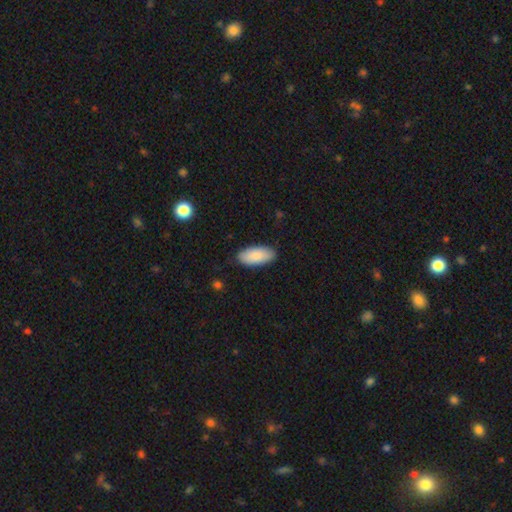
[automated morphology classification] smooth 88%, featured or disk 6%, star or artifact 5%. Down the decision tree: how rounded — in between (92%); merging — none (87%).